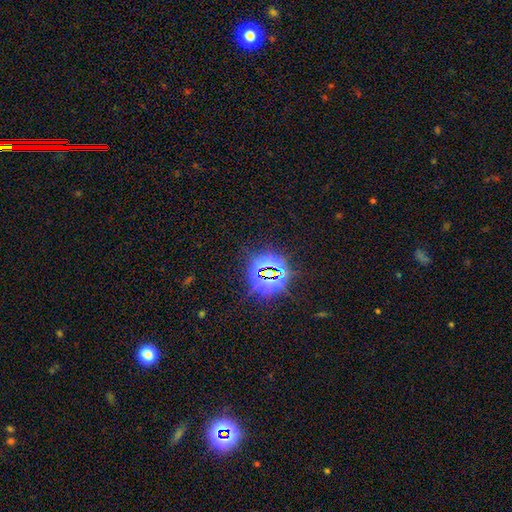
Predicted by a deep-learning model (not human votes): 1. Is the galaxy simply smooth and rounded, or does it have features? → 80% star or artifact, 12% smooth, 7% featured or disk.